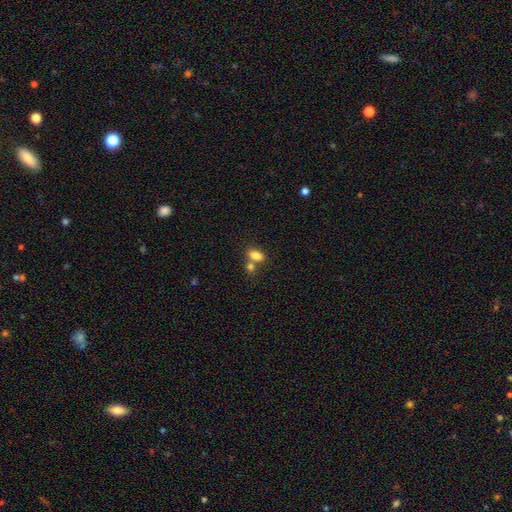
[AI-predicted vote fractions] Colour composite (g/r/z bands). It shows a smooth galaxy with no disk features (82%) that is in between round and cigar-shaped (85%). Merging: none (48%).